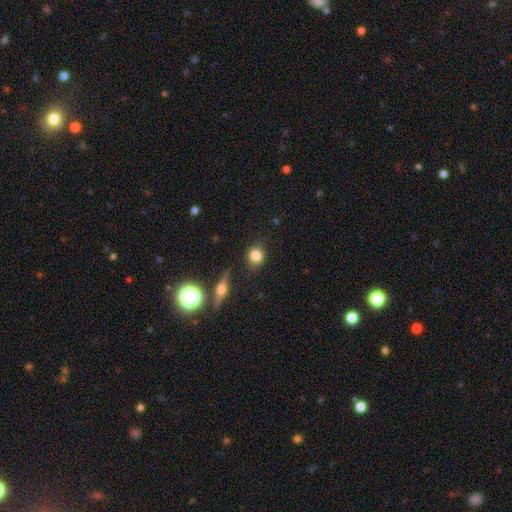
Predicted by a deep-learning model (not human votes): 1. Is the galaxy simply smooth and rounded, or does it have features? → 77% smooth, 12% featured or disk, 11% star or artifact.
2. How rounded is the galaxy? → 72% round, 26% in between, 2% cigar-shaped.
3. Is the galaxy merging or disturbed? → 82% none, 12% minor disturbance, 3% major disturbance, 3% merger.